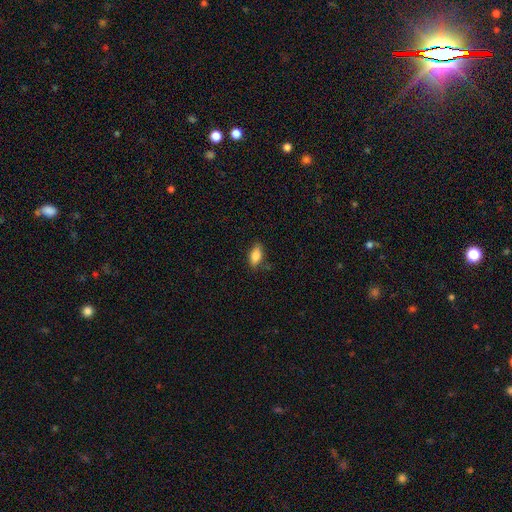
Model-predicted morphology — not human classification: Overall: smooth (84%). How rounded: in between (86%). Merging: none (80%).